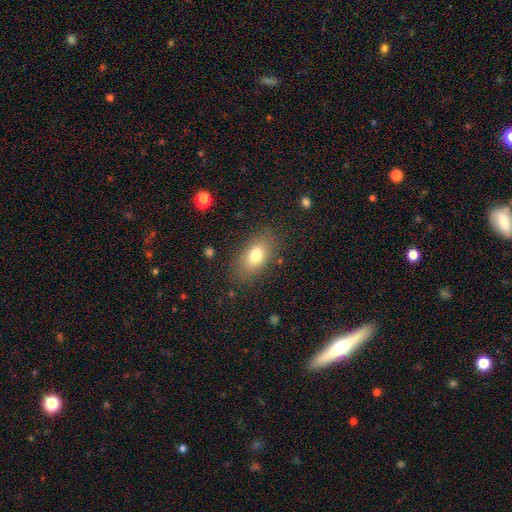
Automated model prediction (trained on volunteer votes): Smooth or featured? smooth (76%)
How rounded? in between (86%)
Merging? none (82%)